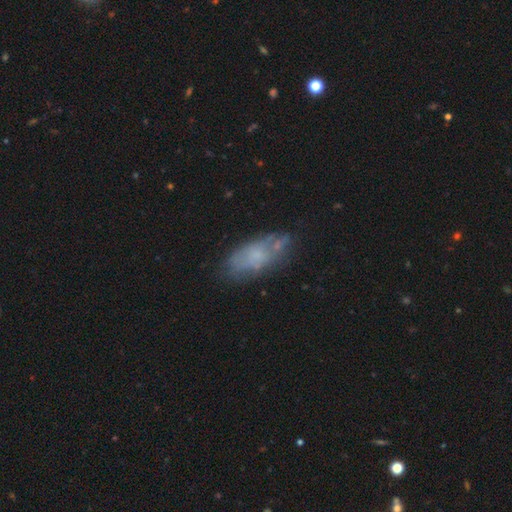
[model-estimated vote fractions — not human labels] smooth_or_featured: smooth (p=0.51) [alt: featured or disk p=0.39]
how_rounded: in between (p=0.82) [alt: cigar-shaped p=0.15]
merging: none (p=0.60) [alt: minor disturbance p=0.24]